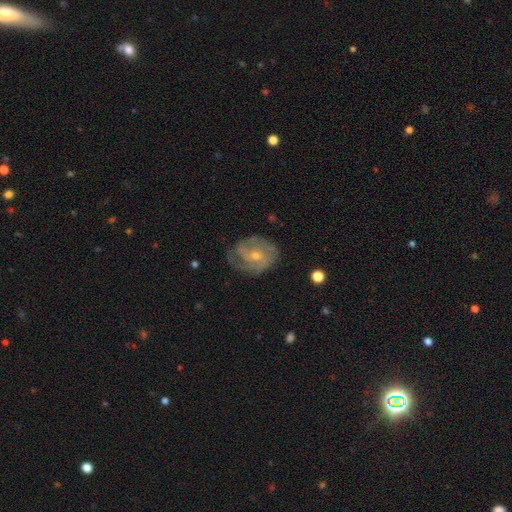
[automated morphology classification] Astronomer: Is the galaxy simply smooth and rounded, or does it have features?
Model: featured or disk — 78%.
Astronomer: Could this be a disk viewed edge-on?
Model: no — 97%.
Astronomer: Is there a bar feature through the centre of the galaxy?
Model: no — 65%.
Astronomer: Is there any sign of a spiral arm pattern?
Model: yes — 90%.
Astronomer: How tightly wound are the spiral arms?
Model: tight — 52% (runner-up: medium, 36%).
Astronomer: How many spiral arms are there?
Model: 2 — 34% (runner-up: can't tell, 29%).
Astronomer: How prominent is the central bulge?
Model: small — 58% (runner-up: moderate, 39%).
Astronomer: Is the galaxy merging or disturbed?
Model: none — 67%.